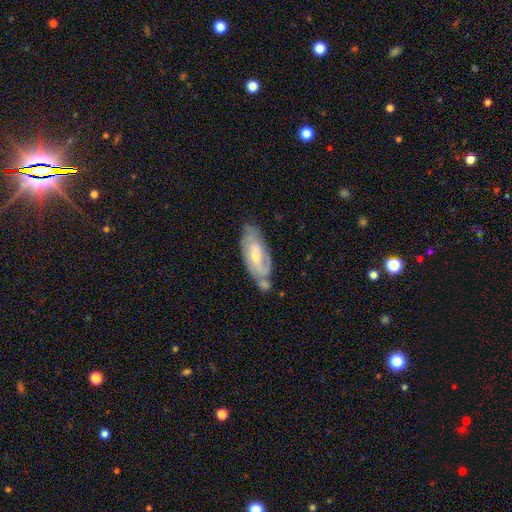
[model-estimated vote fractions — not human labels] Smooth or featured: featured or disk — 71% (smooth — 23%)
Edge-on disk: no — 91% (yes — 9%)
Bar: no — 44% (tied with weak — 44%)
Spiral arms: yes — 89% (no — 11%)
Spiral winding: tight — 50% (medium — 37%)
Spiral arm count: 2 — 50% (can't tell — 29%)
Bulge size: small — 50% (moderate — 44%)
Merging: none — 49% (minor disturbance — 25%)